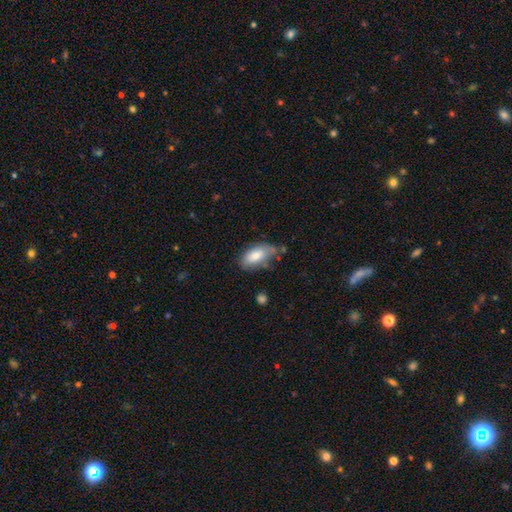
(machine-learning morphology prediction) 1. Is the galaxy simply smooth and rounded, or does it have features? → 78% smooth, 15% featured or disk, 7% star or artifact.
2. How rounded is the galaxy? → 91% in between, 6% cigar-shaped, 3% round.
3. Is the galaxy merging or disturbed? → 54% none, 32% minor disturbance, 9% major disturbance, 5% merger.